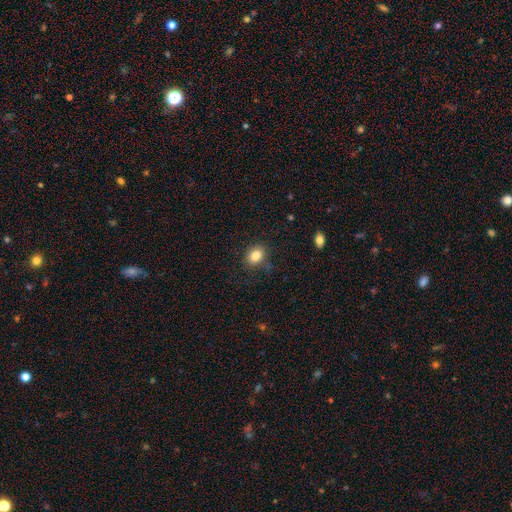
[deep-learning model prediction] Smooth or featured? Predicted: smooth (p=0.85). How rounded? Predicted: in between (p=0.67). Merging? Predicted: none (p=0.79).